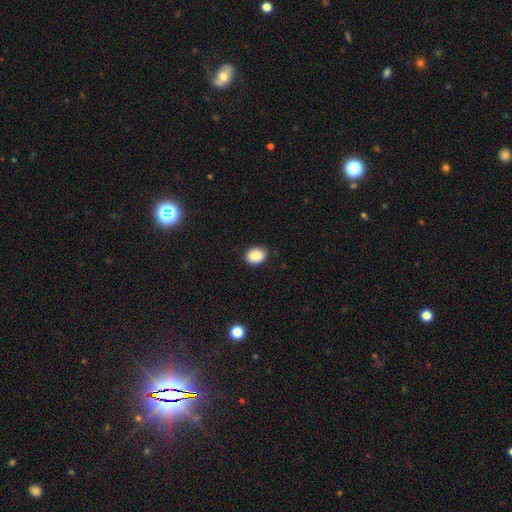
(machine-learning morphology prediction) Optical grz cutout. It shows a smooth galaxy with no disk features (88%) that is in between round and cigar-shaped (66%). Merging: none (86%).